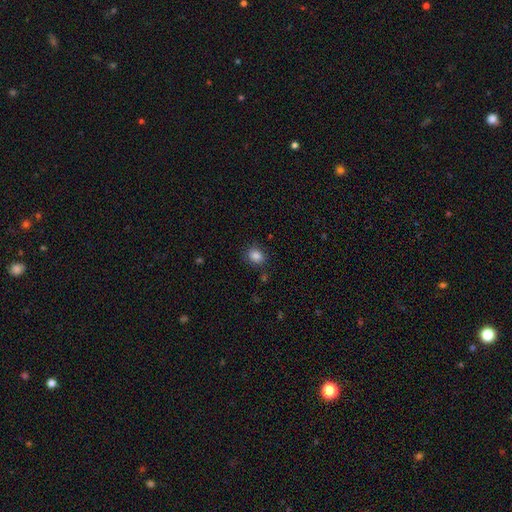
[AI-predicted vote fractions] Morphology: type=smooth (85%); roundness=round (57%); merging=none (82%).